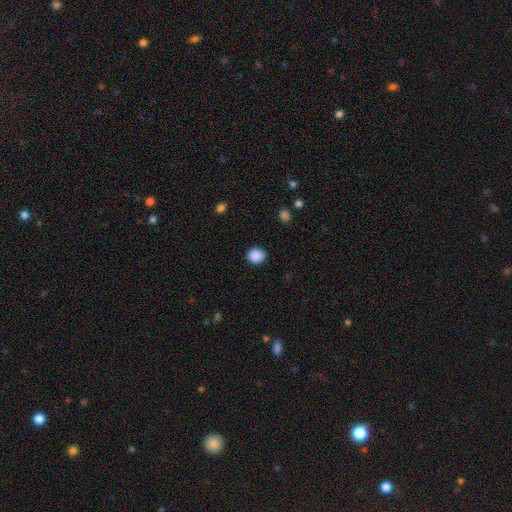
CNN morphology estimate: smooth_or_featured: smooth (p=0.89) [alt: star or artifact p=0.09]
how_rounded: round (p=0.76) [alt: in between p=0.23]
merging: none (p=0.89) [alt: minor disturbance p=0.07]